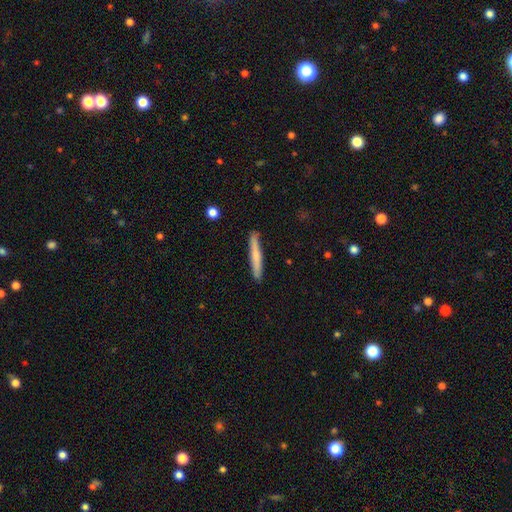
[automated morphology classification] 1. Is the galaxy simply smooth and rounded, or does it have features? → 65% smooth, 30% featured or disk, 6% star or artifact.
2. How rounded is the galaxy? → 95% cigar-shaped, 3% in between, 1% round.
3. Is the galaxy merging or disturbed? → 89% none, 8% minor disturbance, 1% major disturbance, 1% merger.